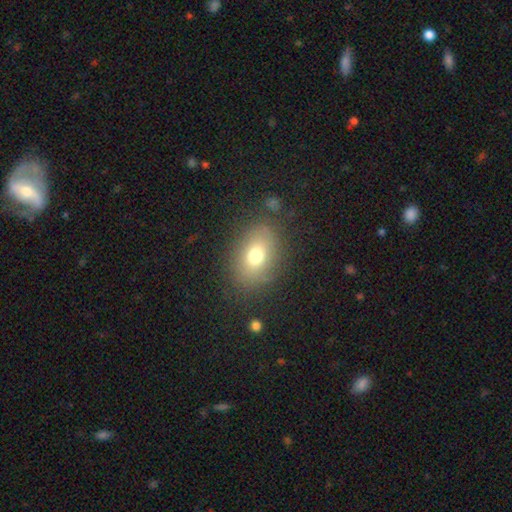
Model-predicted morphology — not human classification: Smooth or featured?
  - smooth: 71% *
  - featured or disk: 16%
  - star or artifact: 13%
How rounded?
  - in between: 67% *
  - round: 31%
  - cigar-shaped: 1%
Merging?
  - none: 79% *
  - minor disturbance: 13%
  - major disturbance: 6%
  - merger: 2%